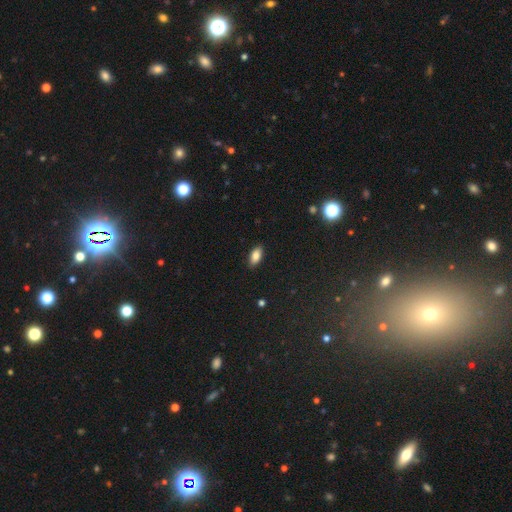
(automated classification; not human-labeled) smooth 83%, star or artifact 8%, featured or disk 8%. Down the decision tree: how rounded — in between (89%); merging — none (87%).